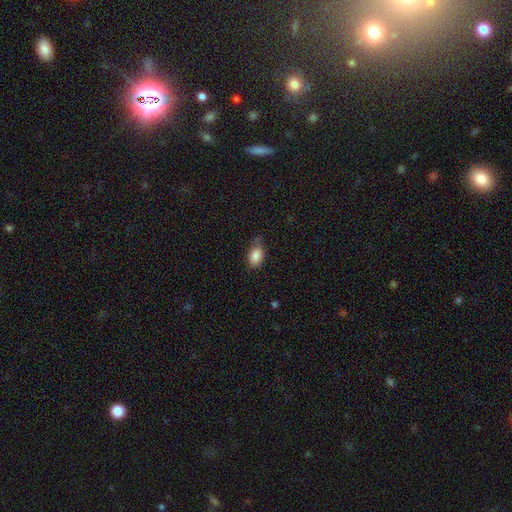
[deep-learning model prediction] Smooth or featured?
  - smooth: 86% *
  - star or artifact: 8%
  - featured or disk: 6%
How rounded?
  - in between: 83% *
  - round: 15%
  - cigar-shaped: 2%
Merging?
  - none: 59% *
  - minor disturbance: 31%
  - major disturbance: 7%
  - merger: 3%